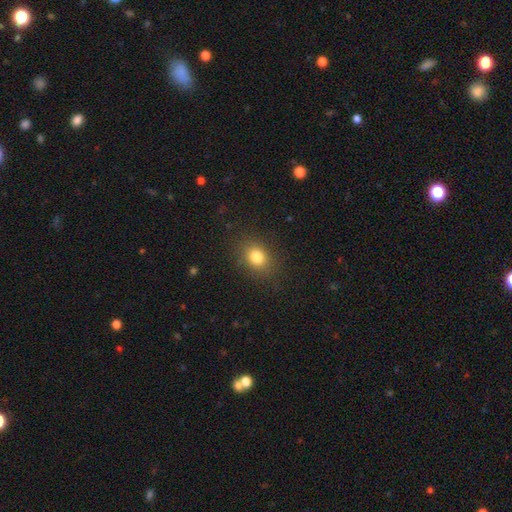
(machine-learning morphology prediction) smooth_or_featured: smooth (p=0.81) [alt: star or artifact p=0.12]
how_rounded: round (p=0.56) [alt: in between p=0.43]
merging: none (p=0.85) [alt: minor disturbance p=0.10]